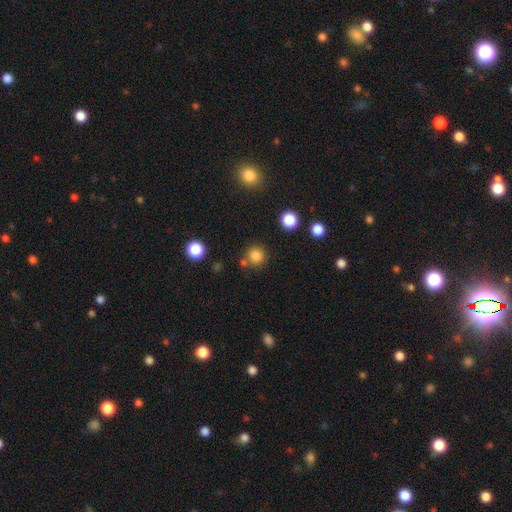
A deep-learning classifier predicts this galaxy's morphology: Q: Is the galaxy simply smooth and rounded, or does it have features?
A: smooth — 81%.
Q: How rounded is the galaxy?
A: round — 93%.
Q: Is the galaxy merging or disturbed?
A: none — 76%.